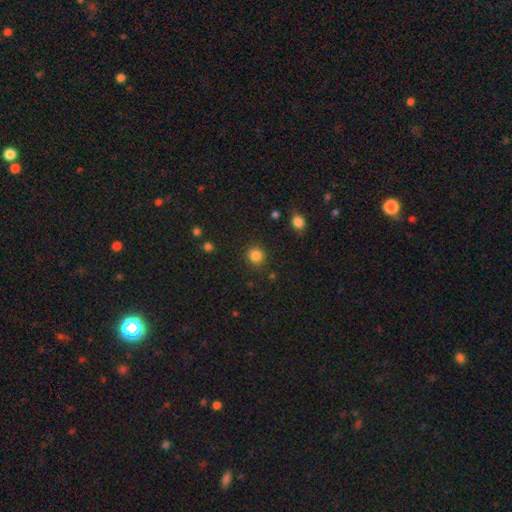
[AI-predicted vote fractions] Smooth or featured? smooth (84%)
How rounded? round (90%)
Merging? none (88%)